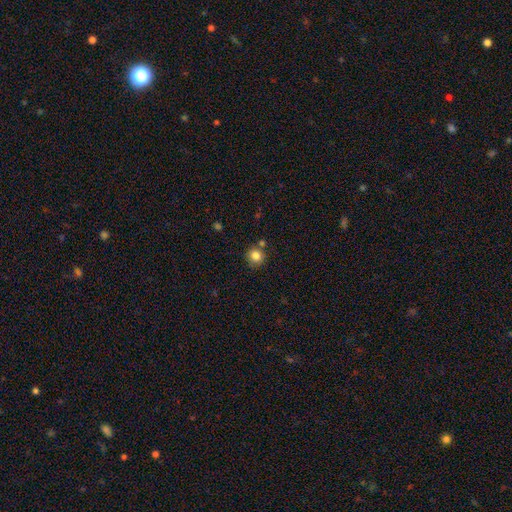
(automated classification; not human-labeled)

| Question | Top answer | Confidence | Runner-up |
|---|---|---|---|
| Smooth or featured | smooth | 83% | star or artifact (11%) |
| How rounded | round | 88% | in between (11%) |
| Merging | none | 77% | minor disturbance (10%) |